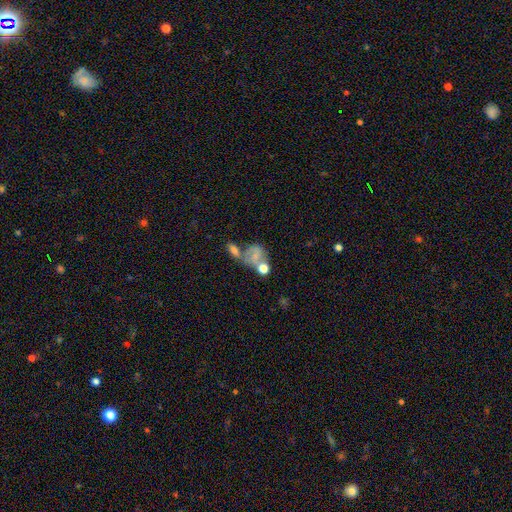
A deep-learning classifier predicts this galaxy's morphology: Smooth or featured? Predicted: smooth (p=0.58). How rounded? Predicted: in between (p=0.57). Merging? Predicted: merger (p=0.43).